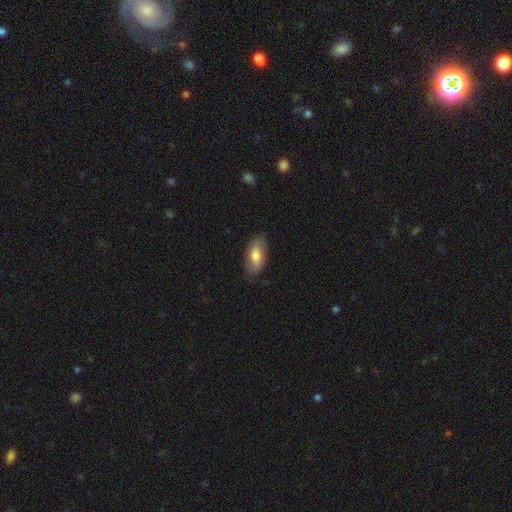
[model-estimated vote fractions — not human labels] The model was most divided on "smooth or featured": smooth: 66%, featured or disk: 28%, star or artifact: 6%. More confident: how rounded — in between (90%); merging — none (82%).